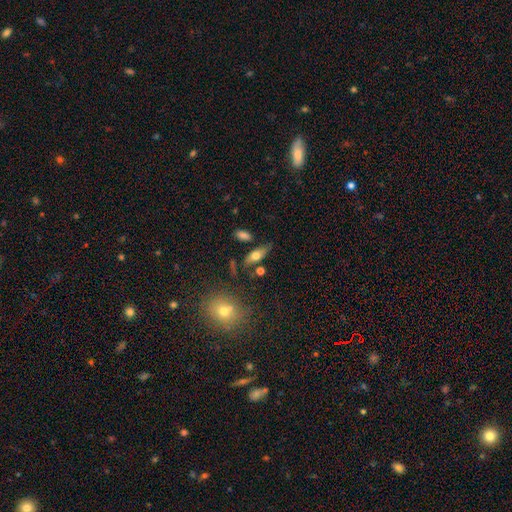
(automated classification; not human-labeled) Overall: smooth (61%; featured or disk 30%). How rounded: in between (74%). Merging: none (68%).